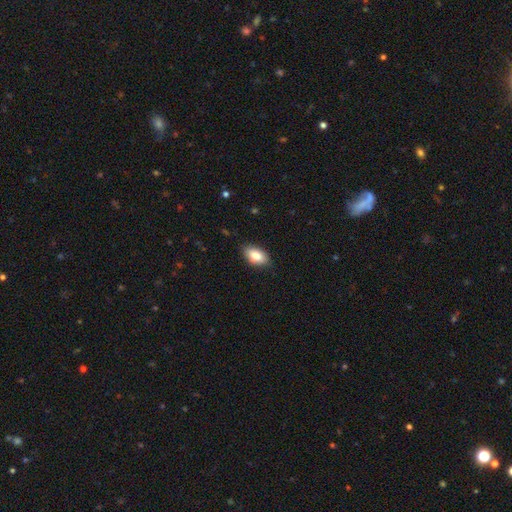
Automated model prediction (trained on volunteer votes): smooth 85%, featured or disk 8%, star or artifact 7%. Down the decision tree: how rounded — in between (93%); merging — none (84%).